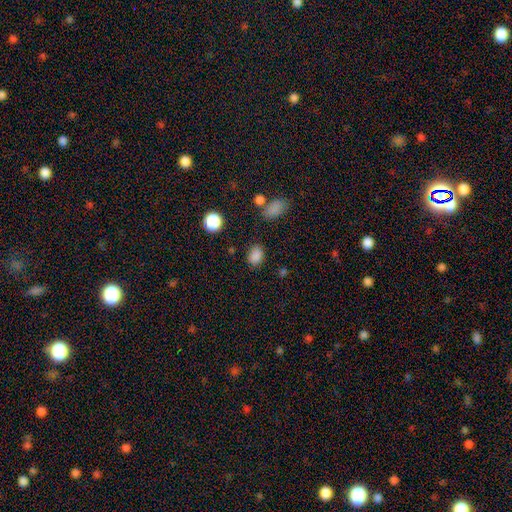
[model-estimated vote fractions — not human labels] Smooth or featured?
  - smooth: 84% *
  - star or artifact: 12%
  - featured or disk: 4%
How rounded?
  - in between: 65% *
  - round: 33%
  - cigar-shaped: 1%
Merging?
  - none: 78% *
  - minor disturbance: 15%
  - major disturbance: 4%
  - merger: 3%